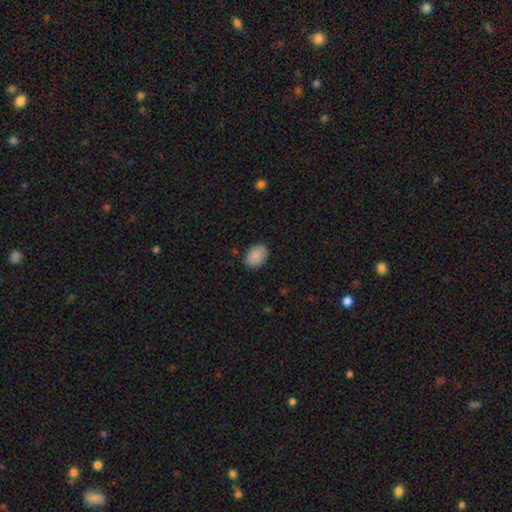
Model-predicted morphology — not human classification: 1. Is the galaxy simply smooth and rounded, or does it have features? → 88% smooth, 7% star or artifact, 5% featured or disk.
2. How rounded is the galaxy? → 81% in between, 18% round, 1% cigar-shaped.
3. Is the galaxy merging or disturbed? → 86% none, 11% minor disturbance, 2% major disturbance, 1% merger.